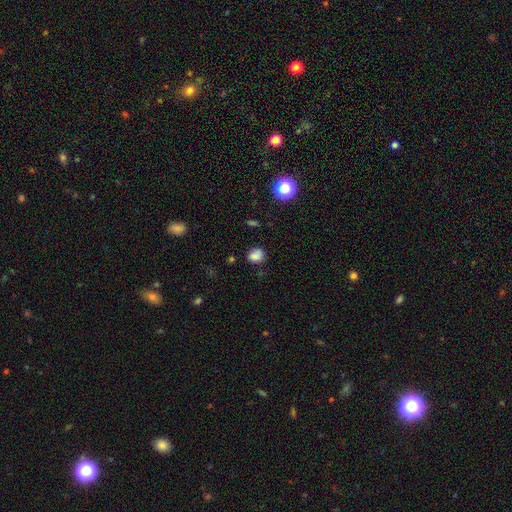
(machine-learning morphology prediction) Overall: smooth (79%). How rounded: round (58%; in between 41%). Merging: none (66%).